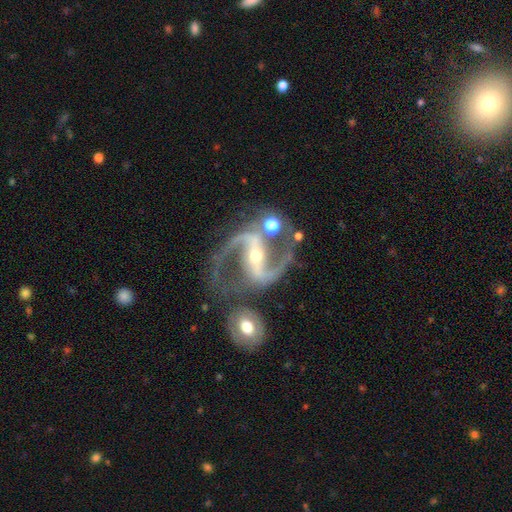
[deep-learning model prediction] Smooth or featured?
  - featured or disk: 93% *
  - star or artifact: 5%
  - smooth: 2%
Edge-on disk?
  - no: 98% *
  - yes: 2%
Bar?
  - strong: 69% *
  - weak: 21%
  - no: 10%
Spiral arms?
  - yes: 98% *
  - no: 2%
Spiral winding?
  - medium: 58% *
  - loose: 30%
  - tight: 11%
Spiral arm count?
  - 2: 94% *
  - 3: 1%
  - can't tell: 1%
  - 1: 1%
  - 4: 1%
  - more than 4: 1%
Bulge size?
  - small: 57% *
  - moderate: 40%
  - large: 1%
  - none: 1%
  - dominant: 1%
Merging?
  - none: 65% *
  - minor disturbance: 15%
  - merger: 11%
  - major disturbance: 9%